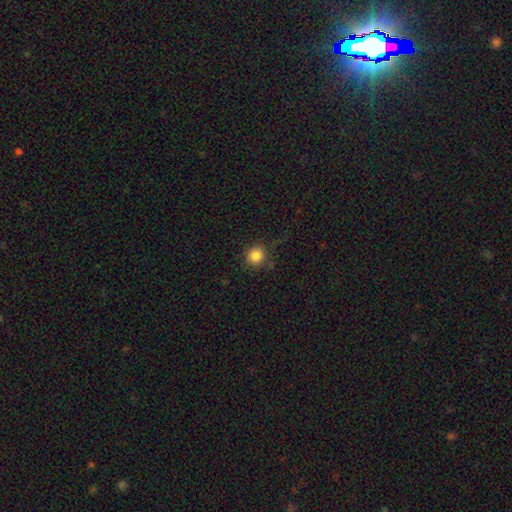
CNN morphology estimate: The model was most divided on "merging": none: 80%, minor disturbance: 14%, major disturbance: 5%, merger: 2%. More confident: how rounded — round (92%); smooth or featured — smooth (85%).